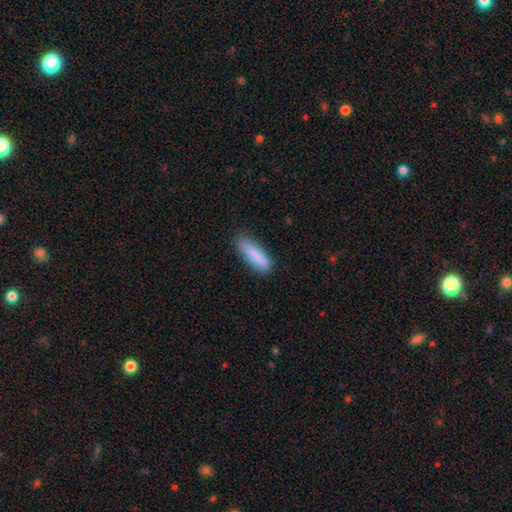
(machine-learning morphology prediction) A smooth galaxy with no disk features (86%) that is cigar-shaped (56%).

Vote fractions:
- Smooth or featured? smooth: 86% / featured or disk: 7% / star or artifact: 6%
- How rounded? cigar-shaped: 56% / in between: 42% / round: 2%
- Merging? none: 71% / minor disturbance: 23% / major disturbance: 4% / merger: 2%